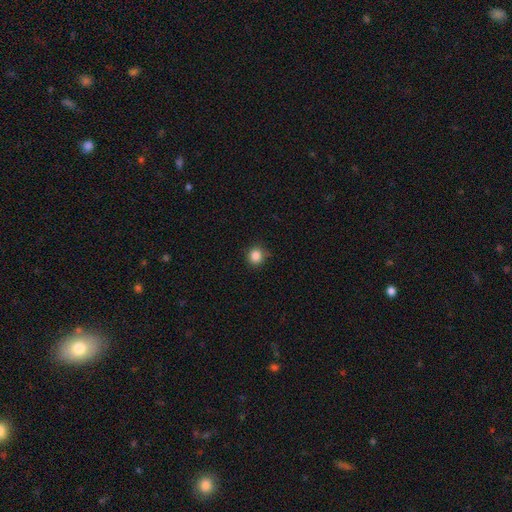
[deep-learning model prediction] The model was most divided on "merging": none: 84%, minor disturbance: 13%, major disturbance: 2%, merger: 1%. More confident: how rounded — round (89%); smooth or featured — smooth (86%).